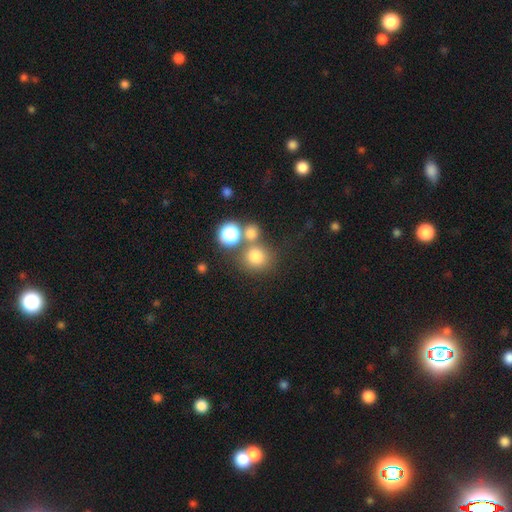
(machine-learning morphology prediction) A smooth galaxy with no disk features (74%) that is round (86%).

Vote fractions:
- Smooth or featured? smooth: 74% / star or artifact: 17% / featured or disk: 9%
- How rounded? round: 86% / in between: 13% / cigar-shaped: 1%
- Merging? none: 62% / merger: 24% / minor disturbance: 9% / major disturbance: 5%